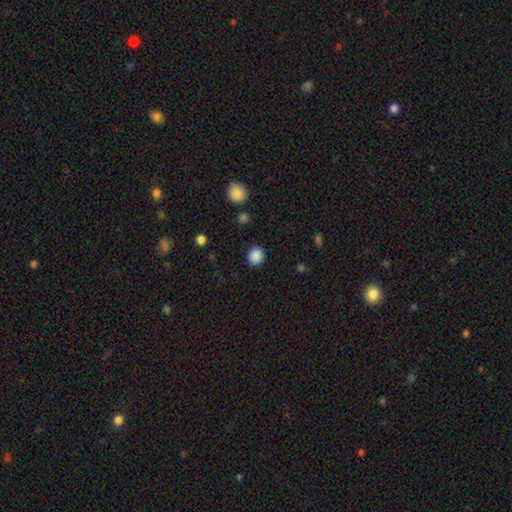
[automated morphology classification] smooth_or_featured: smooth (p=0.88) [alt: star or artifact p=0.10]
how_rounded: round (p=0.81) [alt: in between p=0.18]
merging: none (p=0.89) [alt: minor disturbance p=0.07]